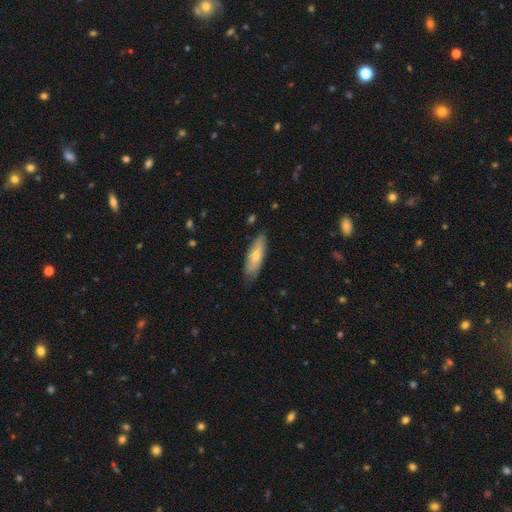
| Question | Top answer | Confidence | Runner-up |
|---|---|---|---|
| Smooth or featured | smooth | 77% | featured or disk (21%) |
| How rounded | in between | 53% | cigar-shaped (47%) |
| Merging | none | 71% | minor disturbance (26%) |